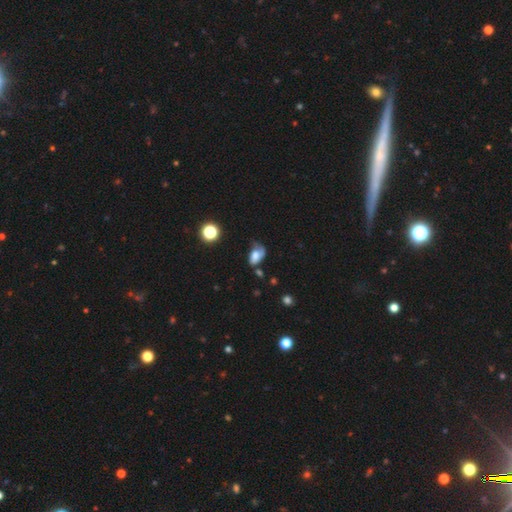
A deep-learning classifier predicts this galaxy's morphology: Smooth or featured? smooth (61%)
How rounded? in between (85%)
Merging? minor disturbance (33%, tied with major disturbance)